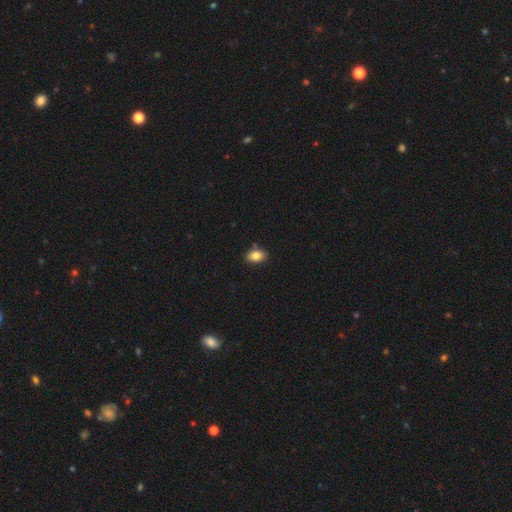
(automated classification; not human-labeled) A smooth galaxy with no disk features (83%) that is in between round and cigar-shaped (83%). Merging: none (82%).